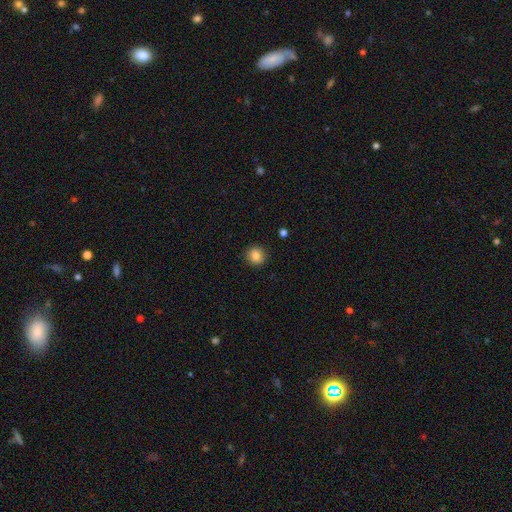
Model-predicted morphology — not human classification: Q: Smooth or featured?
A: smooth (84%); runner-up: star or artifact (10%)
Q: How rounded?
A: round (91%); runner-up: in between (8%)
Q: Merging?
A: none (91%); runner-up: minor disturbance (6%)